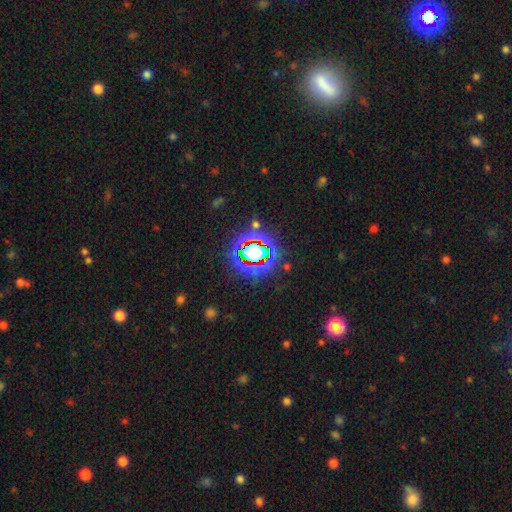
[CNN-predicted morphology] Smooth or featured? star or artifact (78%)